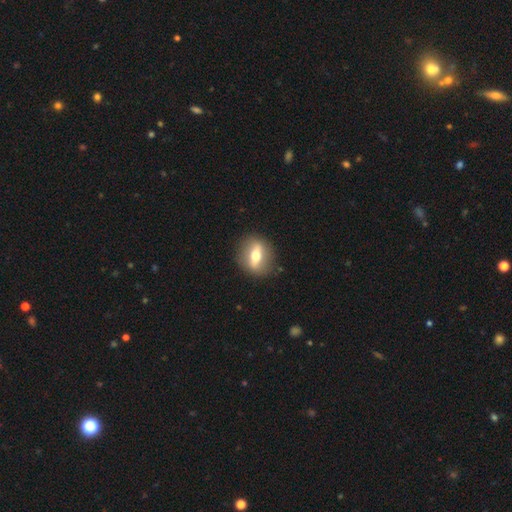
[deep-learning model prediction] A featured or disk galaxy (54%). Merging: none (87%).